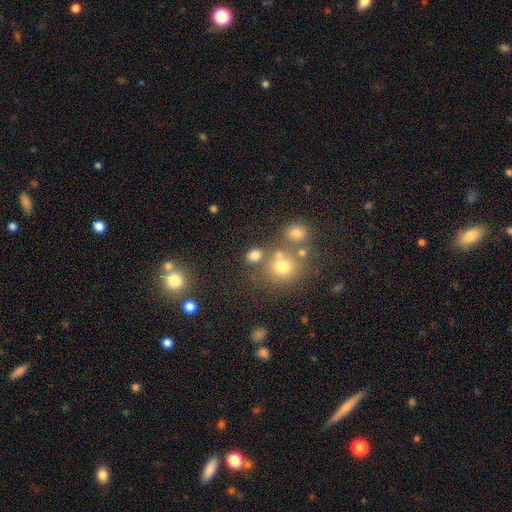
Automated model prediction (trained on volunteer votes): Overall: smooth (67%). How rounded: round (79%). Merging: none (65%).